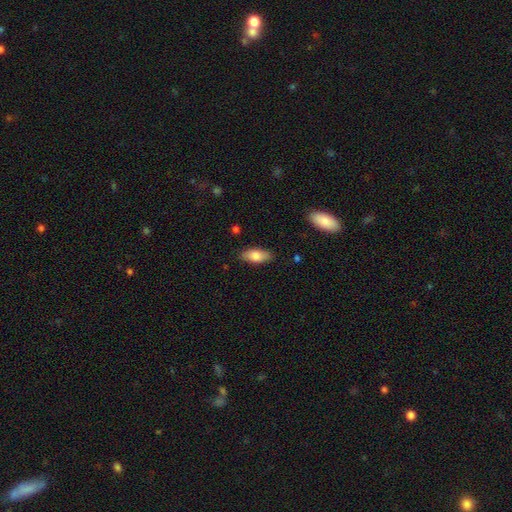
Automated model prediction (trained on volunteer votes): Smooth or featured: smooth — 79% (featured or disk — 15%)
How rounded: in between — 84% (cigar-shaped — 14%)
Merging: none — 85% (minor disturbance — 11%)